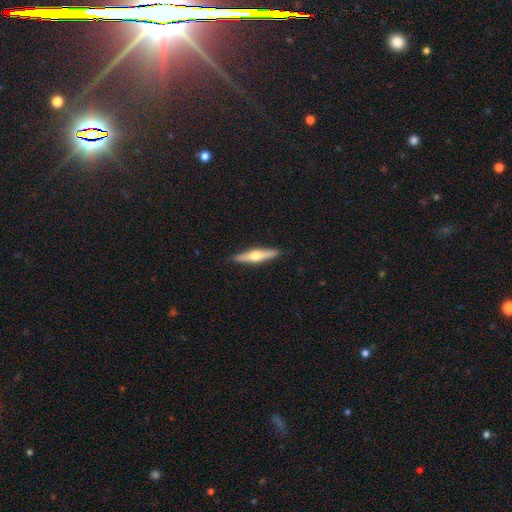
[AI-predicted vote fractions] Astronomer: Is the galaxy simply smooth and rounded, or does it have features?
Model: featured or disk — 64%.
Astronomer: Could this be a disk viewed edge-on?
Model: yes — 96%.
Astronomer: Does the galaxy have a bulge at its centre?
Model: rounded — 94%.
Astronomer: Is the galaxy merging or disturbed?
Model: none — 91%.